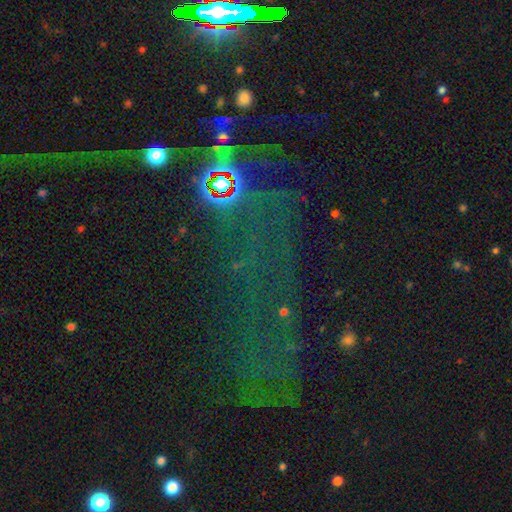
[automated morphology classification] star or artifact 70%, featured or disk 15%, smooth 14%.